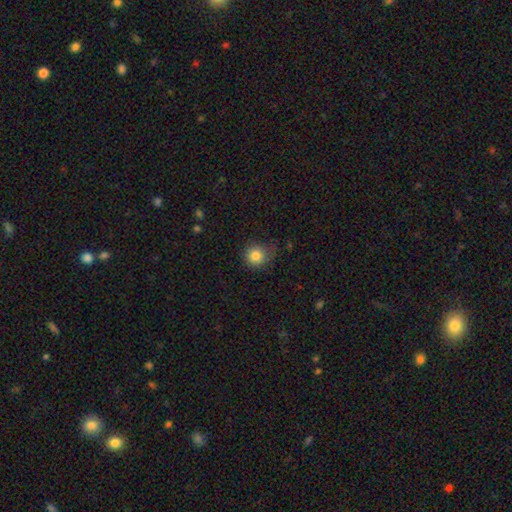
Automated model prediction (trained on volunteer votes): Q: Smooth or featured?
A: smooth (82%); runner-up: star or artifact (11%)
Q: How rounded?
A: round (89%); runner-up: in between (10%)
Q: Merging?
A: none (69%); runner-up: minor disturbance (23%)